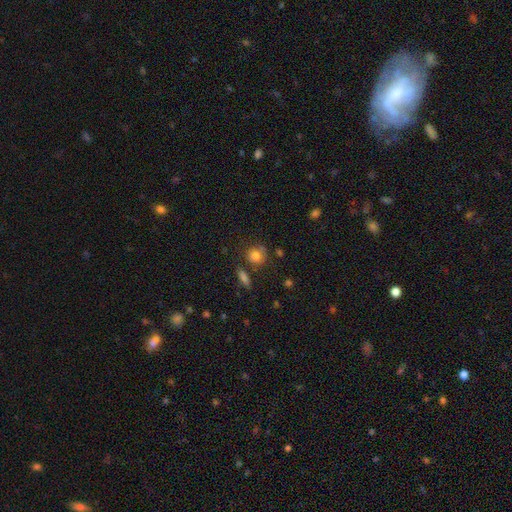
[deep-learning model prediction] Morphology: type=smooth (79%); roundness=round (82%); merging=none (69%).